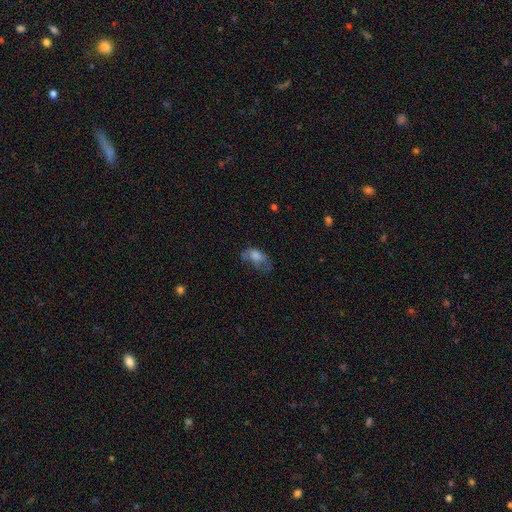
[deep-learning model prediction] Smooth or featured?
  - smooth: 55% *
  - featured or disk: 32%
  - star or artifact: 13%
How rounded?
  - in between: 86% *
  - round: 9%
  - cigar-shaped: 5%
Merging?
  - major disturbance: 35% *
  - none: 34%
  - minor disturbance: 27%
  - merger: 3%